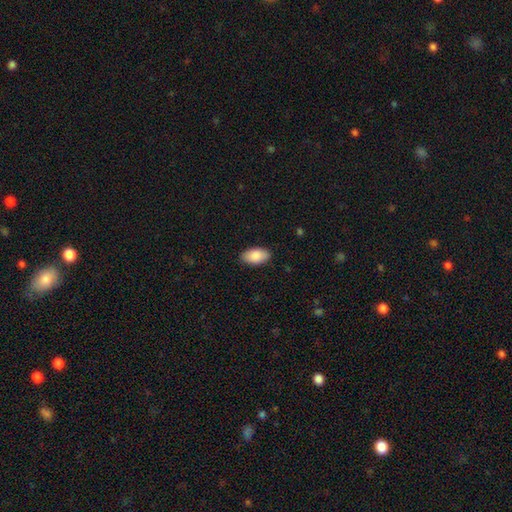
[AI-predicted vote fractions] Smooth or featured? smooth (88%)
How rounded? in between (95%)
Merging? none (88%)